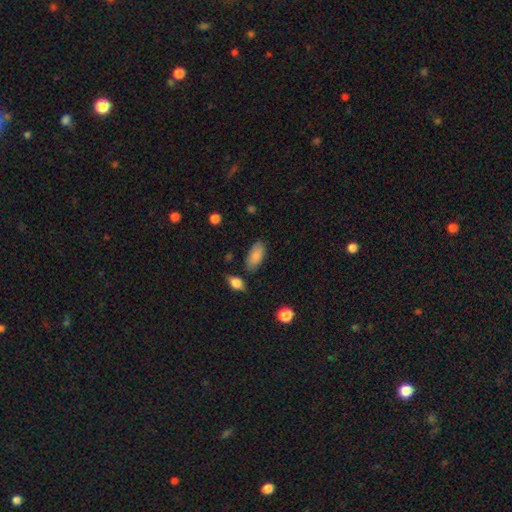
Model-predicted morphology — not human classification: Smooth or featured: smooth — 87% (star or artifact — 7%)
How rounded: in between — 91% (cigar-shaped — 6%)
Merging: none — 79% (minor disturbance — 14%)